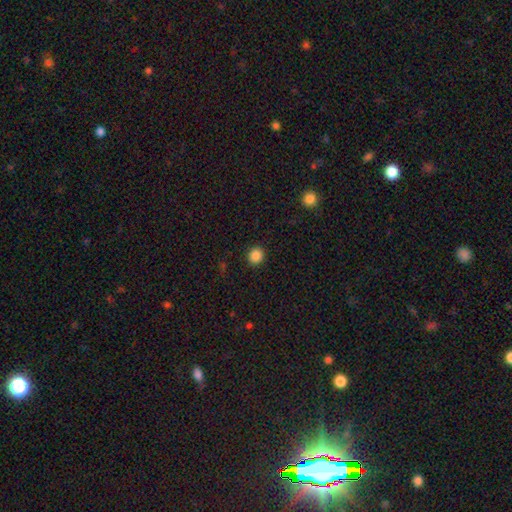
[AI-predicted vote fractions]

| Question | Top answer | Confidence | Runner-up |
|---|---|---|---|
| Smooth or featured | smooth | 87% | star or artifact (10%) |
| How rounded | round | 84% | in between (15%) |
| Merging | none | 91% | minor disturbance (6%) |